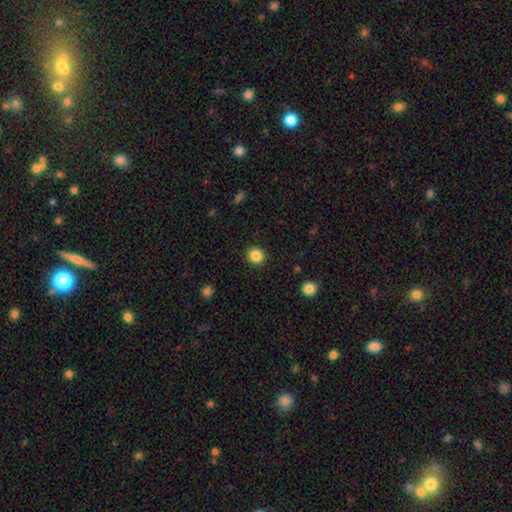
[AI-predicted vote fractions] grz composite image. It shows a smooth galaxy with no disk features (86%) that is round (89%). Merging: none (91%).